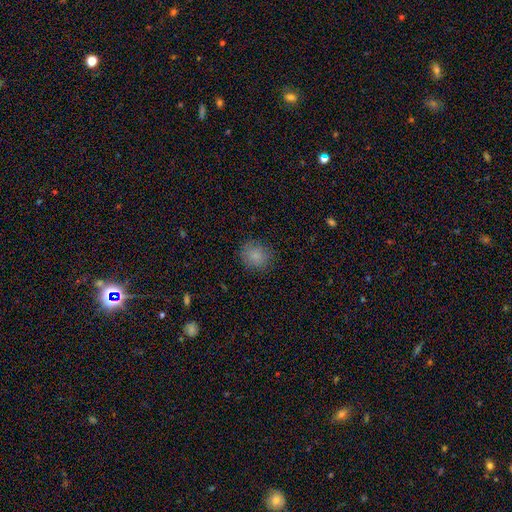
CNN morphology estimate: A smooth galaxy with no disk features (83%) that is round (80%). Merging: none (84%).